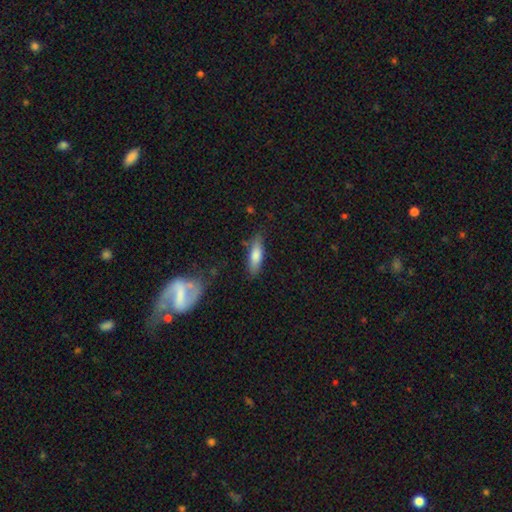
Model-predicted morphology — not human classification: Smooth or featured? smooth (75%)
How rounded? cigar-shaped (51%)
Merging? none (78%)